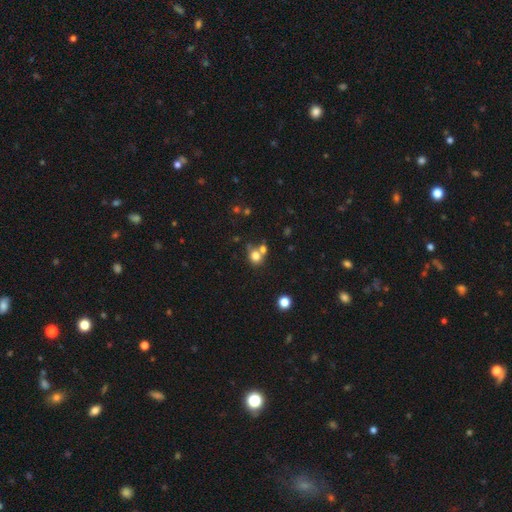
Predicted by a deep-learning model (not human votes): Smooth or featured?
  - smooth: 77% *
  - star or artifact: 13%
  - featured or disk: 10%
How rounded?
  - round: 75% *
  - in between: 24%
  - cigar-shaped: 1%
Merging?
  - none: 48% *
  - merger: 36%
  - minor disturbance: 11%
  - major disturbance: 5%